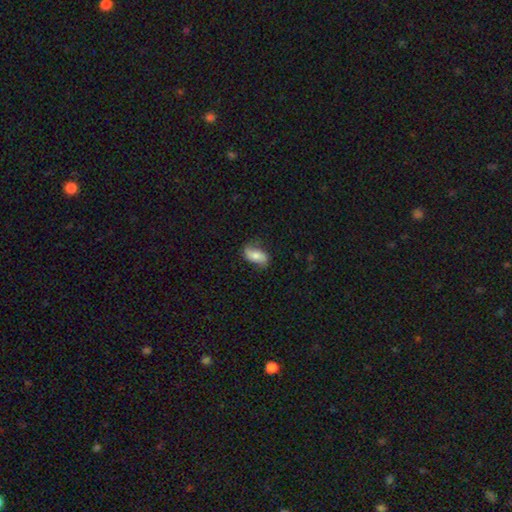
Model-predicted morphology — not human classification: smooth-or-featured: smooth: 60% | featured or disk: 32% | star or artifact: 7%
  how-rounded: in between: 88% | cigar-shaped: 7% | round: 5%
  merging: none: 70% | minor disturbance: 22% | major disturbance: 6% | merger: 1%